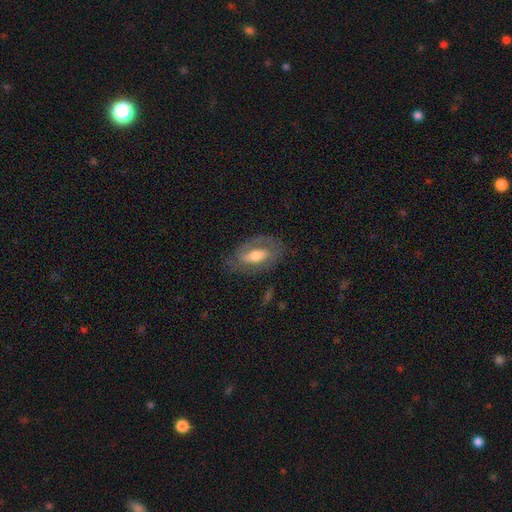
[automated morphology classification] This appears to be a featured or disk galaxy (60%) with no bar (36%), spiral arms (62%) and a moderate central bulge (61%). Merging: none (67%).